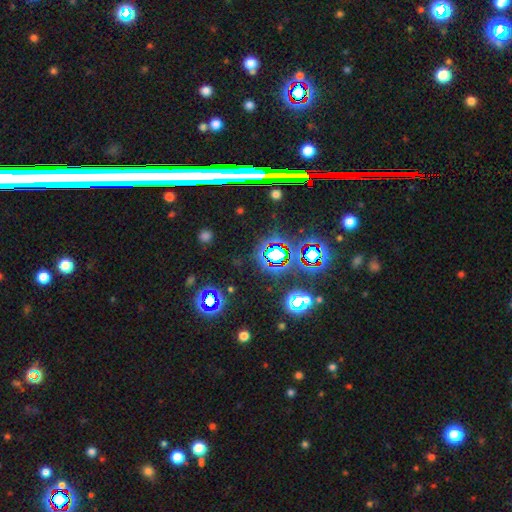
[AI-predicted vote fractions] The model was most divided on "smooth or featured": star or artifact: 60%, smooth: 21%, featured or disk: 19%.